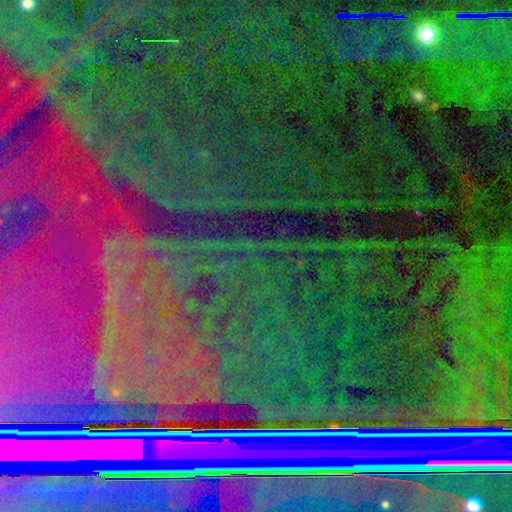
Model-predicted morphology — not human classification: Overall: star or artifact (88%).